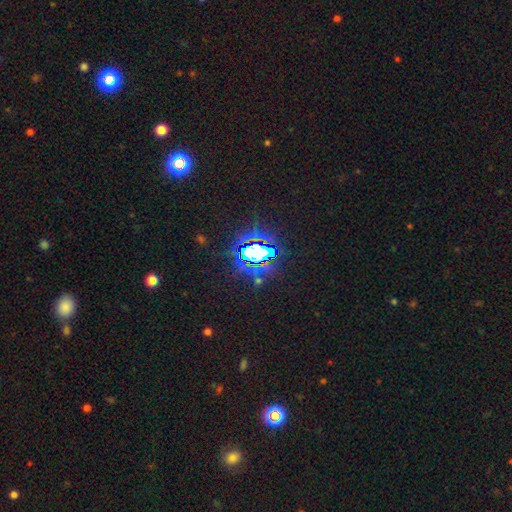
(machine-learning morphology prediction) Smooth or featured? star or artifact (76%)